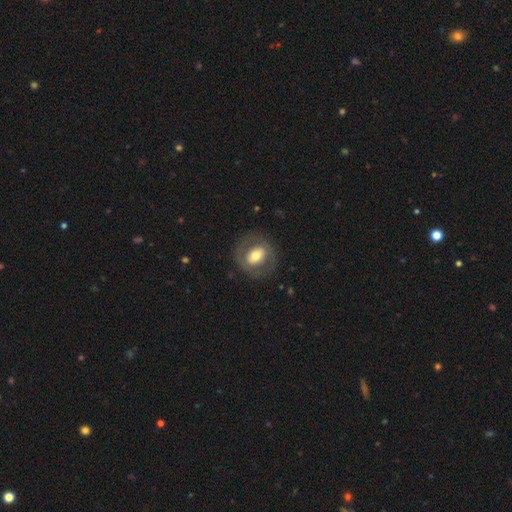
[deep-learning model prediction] A featured or disk galaxy (49%). Merging: none (79%).